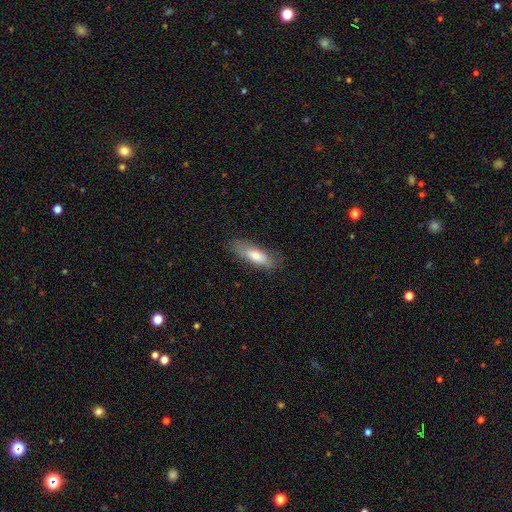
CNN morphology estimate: A smooth galaxy with no disk features (74%) that is in between round and cigar-shaped (58%). Merging: none (74%).